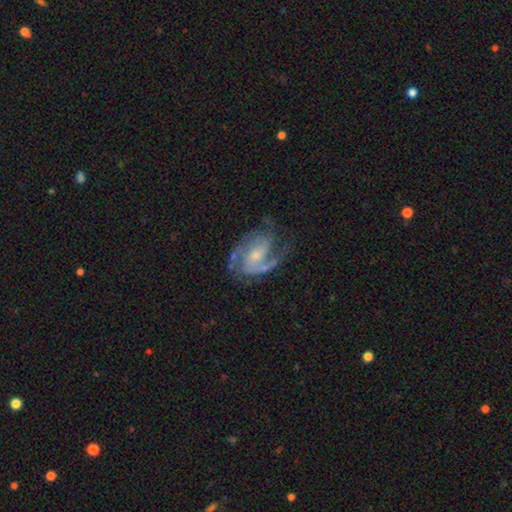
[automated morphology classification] A featured or disk galaxy (88%) with no bar (46%), 2 (65%) medium (51%) spiral arms (96%) and a small central bulge (55%). Merging: none (62%).